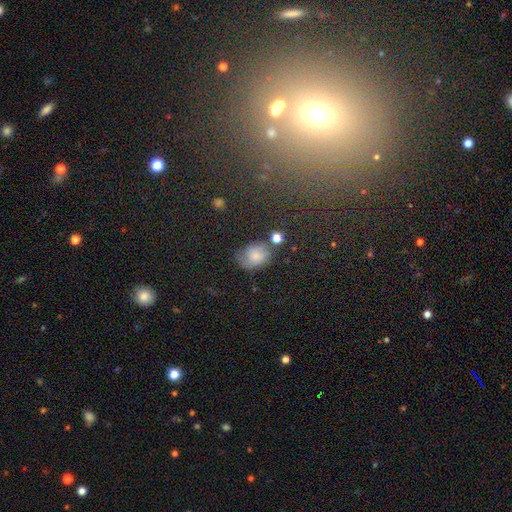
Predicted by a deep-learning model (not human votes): A smooth galaxy with no disk features (62%) that is in between round and cigar-shaped (59%). Merging: none (49%).